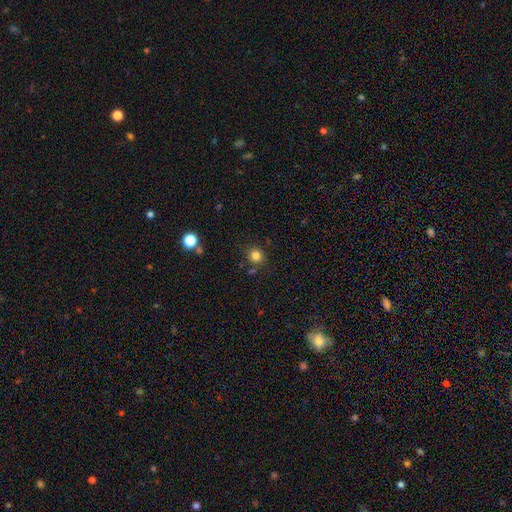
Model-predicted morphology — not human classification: Smooth or featured? Predicted: smooth (p=0.82). How rounded? Predicted: round (p=0.87). Merging? Predicted: none (p=0.82).